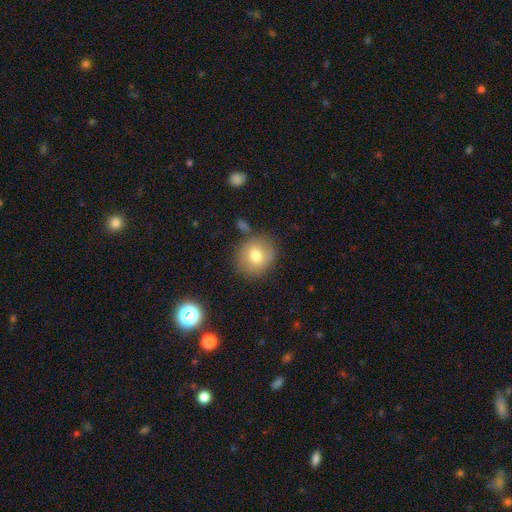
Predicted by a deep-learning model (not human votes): smooth 74%, featured or disk 17%, star or artifact 9%. Down the decision tree: how rounded — round (84%); merging — none (77%).